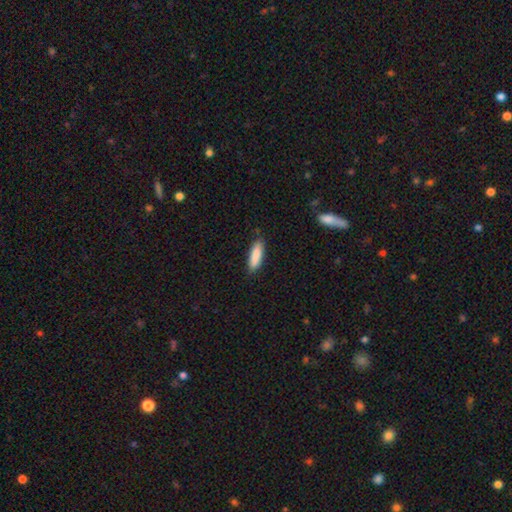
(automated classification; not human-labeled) Q: Smooth or featured?
A: smooth (88%); runner-up: featured or disk (6%)
Q: How rounded?
A: cigar-shaped (55%); runner-up: in between (44%)
Q: Merging?
A: none (86%); runner-up: minor disturbance (11%)